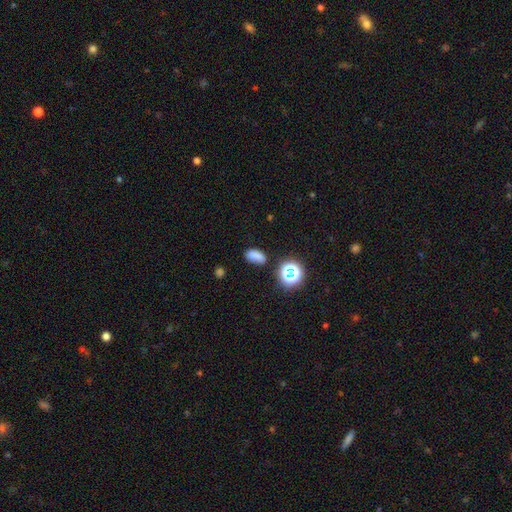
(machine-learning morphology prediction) This is likely a smooth galaxy (73%). How rounded: clearly in between (81%). Merging: likely none (70%).